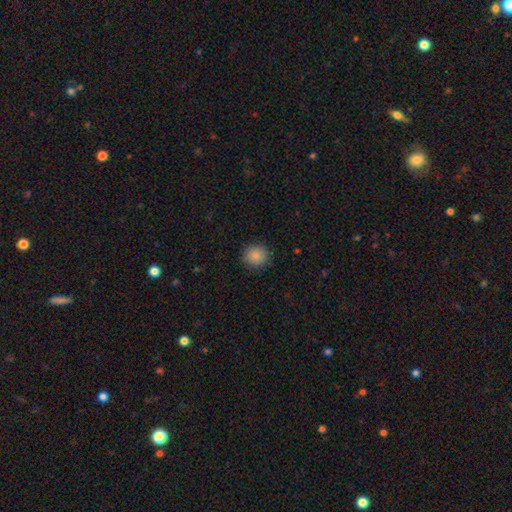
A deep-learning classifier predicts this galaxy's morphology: smooth 87%, star or artifact 9%, featured or disk 4%. Down the decision tree: how rounded — round (87%); merging — none (90%).